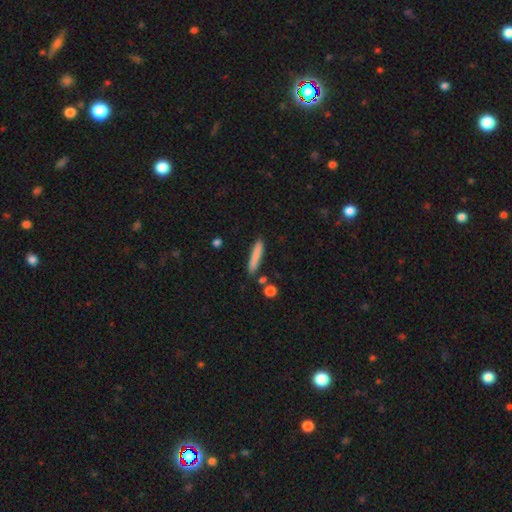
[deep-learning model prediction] Morphology: type=smooth (82%); roundness=cigar-shaped (91%); merging=none (83%).